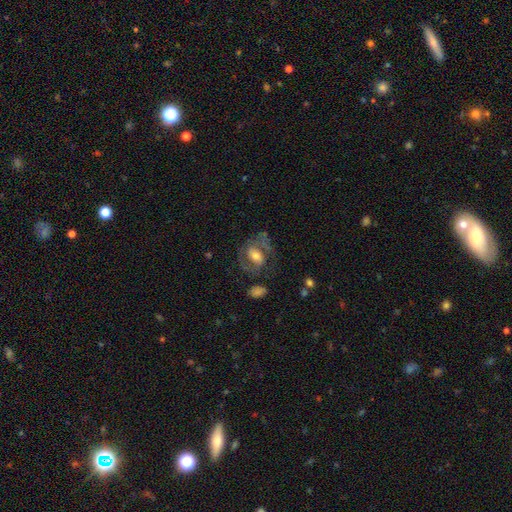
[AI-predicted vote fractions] Smooth or featured? Predicted: featured or disk (p=0.63). Edge-on disk? Predicted: no (p=0.96). Bar? Predicted: weak (p=0.39). Spiral arms? Predicted: yes (p=0.70). Bulge size? Predicted: moderate (p=0.55). Merging? Predicted: none (p=0.54).